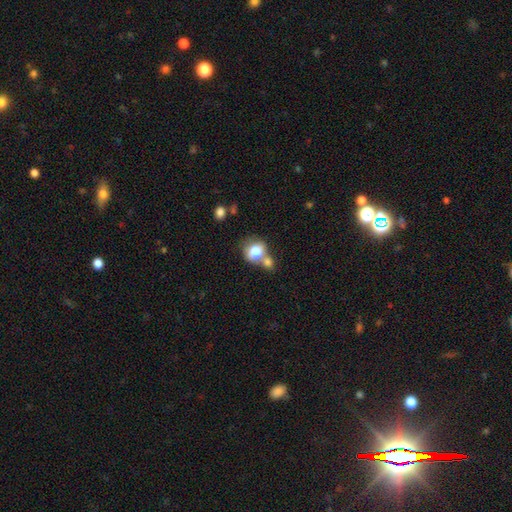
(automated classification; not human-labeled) Morphology: type=smooth (66%); roundness=round (79%); merging=none (57%).